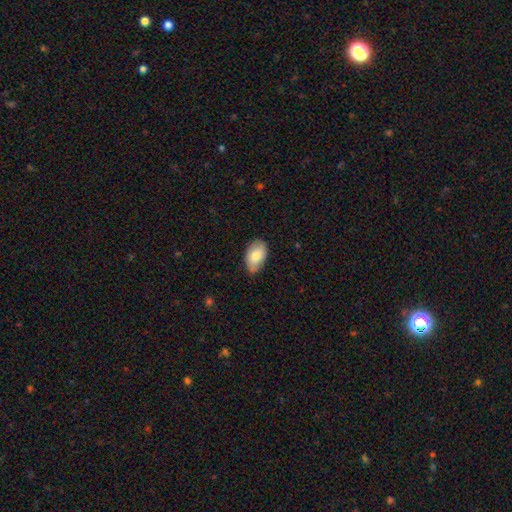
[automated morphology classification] This is likely a smooth galaxy (79%). How rounded: clearly in between (93%). Merging: likely none (70%).